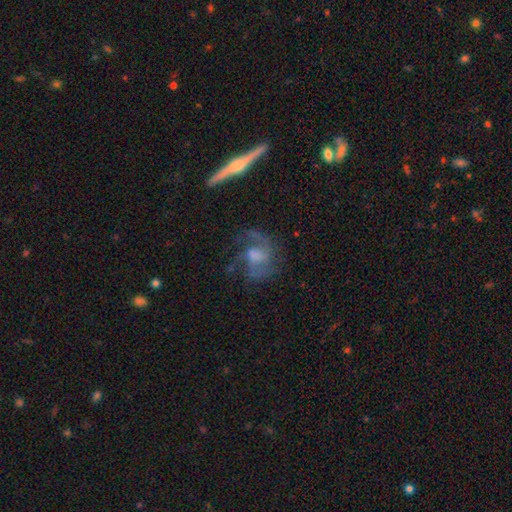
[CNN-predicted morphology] Smooth or featured? featured or disk (83%)
Edge-on disk? no (94%)
Bar? no (50%)
Spiral arms? yes (93%)
Spiral winding? medium (51%)
Spiral arm count? 2 (55%)
Bulge size? moderate (41%)
Merging? none (64%)